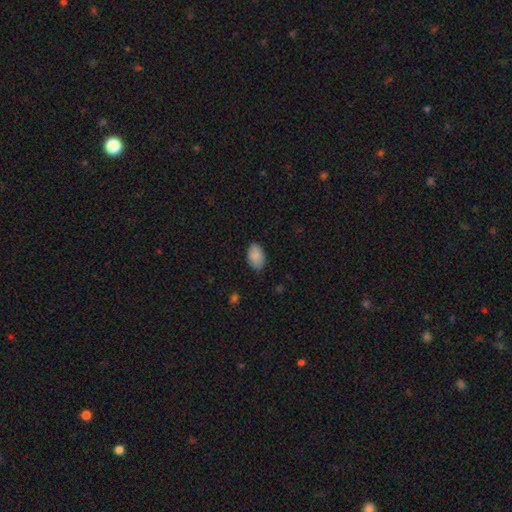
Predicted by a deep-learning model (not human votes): This is clearly a smooth galaxy (88%). How rounded: clearly in between (92%). Merging: clearly none (83%).